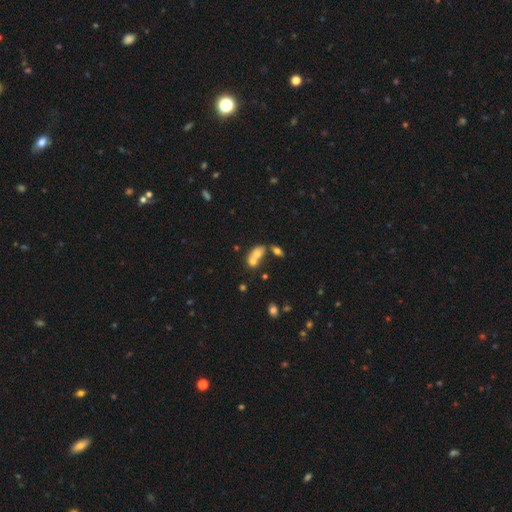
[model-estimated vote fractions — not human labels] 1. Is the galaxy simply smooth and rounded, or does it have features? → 65% smooth, 23% featured or disk, 11% star or artifact.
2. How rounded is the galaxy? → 70% in between, 26% round, 4% cigar-shaped.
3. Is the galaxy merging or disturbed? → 64% merger, 23% none, 8% minor disturbance, 5% major disturbance.